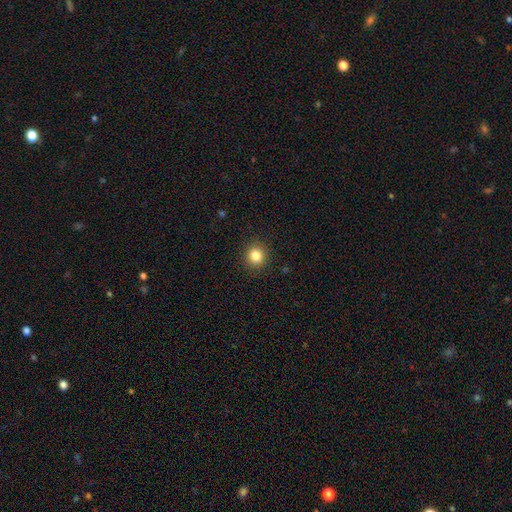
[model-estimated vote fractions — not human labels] smooth_or_featured: smooth (p=0.84) [alt: star or artifact p=0.11]
how_rounded: round (p=0.91) [alt: in between p=0.08]
merging: none (p=0.92) [alt: minor disturbance p=0.06]